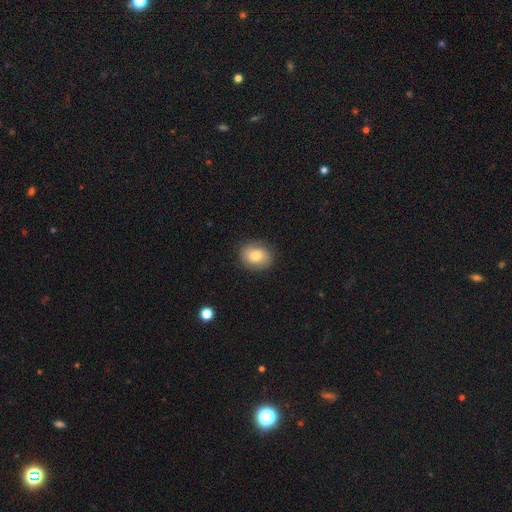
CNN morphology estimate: The model was most divided on "how rounded": round: 55%, in between: 44%, cigar-shaped: 1%. More confident: merging — none (85%); smooth or featured — smooth (76%).